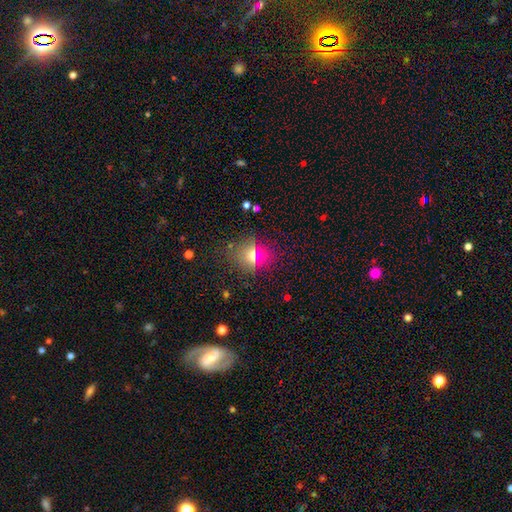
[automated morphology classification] The model was most divided on "how rounded": round: 66%, in between: 32%, cigar-shaped: 2%. More confident: merging — none (81%); smooth or featured — smooth (62%).